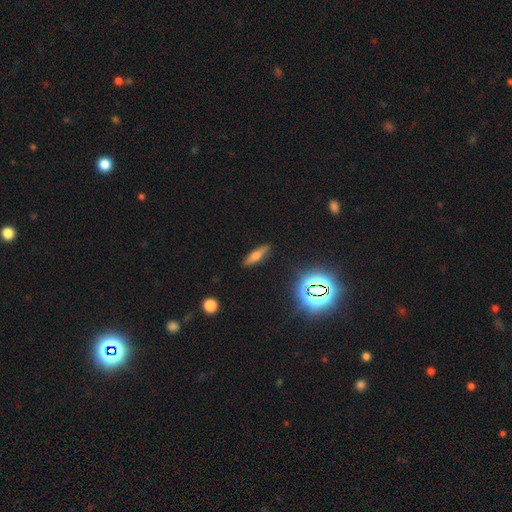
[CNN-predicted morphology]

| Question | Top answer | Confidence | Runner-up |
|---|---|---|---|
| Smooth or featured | smooth | 51% | featured or disk (34%) |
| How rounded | cigar-shaped | 67% | in between (29%) |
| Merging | none | 88% | minor disturbance (9%) |